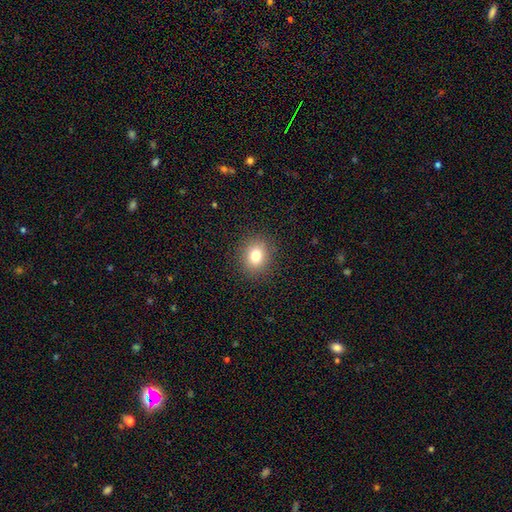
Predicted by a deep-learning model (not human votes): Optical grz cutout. It shows a smooth galaxy with no disk features (80%) that is round (65%). Merging: none (89%).